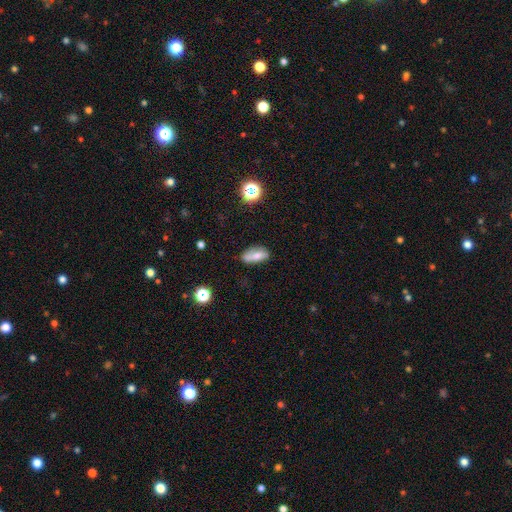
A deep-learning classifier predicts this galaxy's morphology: smooth-or-featured: smooth: 63% | featured or disk: 27% | star or artifact: 10%
  how-rounded: in between: 75% | cigar-shaped: 21% | round: 5%
  merging: none: 71% | minor disturbance: 20% | major disturbance: 5% | merger: 4%